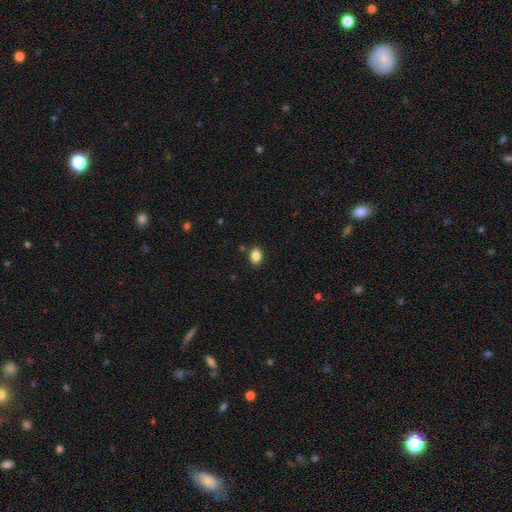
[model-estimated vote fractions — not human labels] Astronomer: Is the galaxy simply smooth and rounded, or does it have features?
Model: smooth — 86%.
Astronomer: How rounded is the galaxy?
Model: in between — 70%.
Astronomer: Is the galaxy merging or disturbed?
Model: none — 86%.